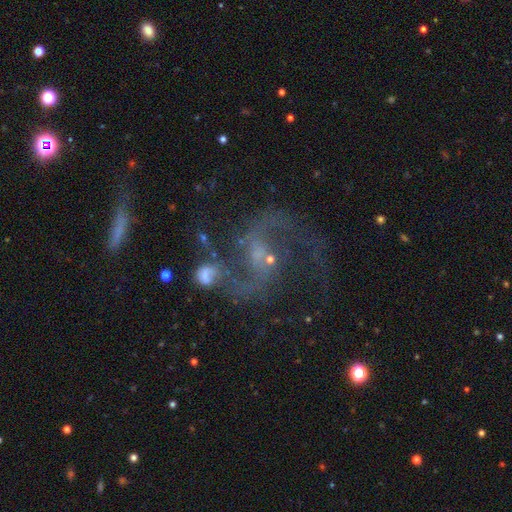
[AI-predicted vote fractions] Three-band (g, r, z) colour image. It shows a featured or disk galaxy (78%) with no bar (42%), 2 (73%) medium (50%) spiral arms (95%) and a small central bulge (55%). Merging: none (69%).